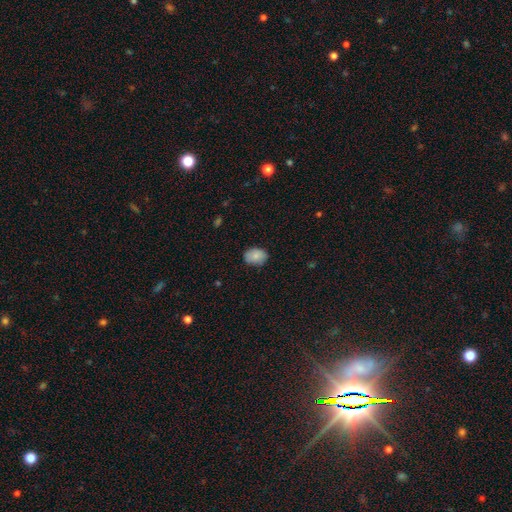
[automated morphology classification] Overall: smooth (85%). How rounded: in between (71%). Merging: none (82%).